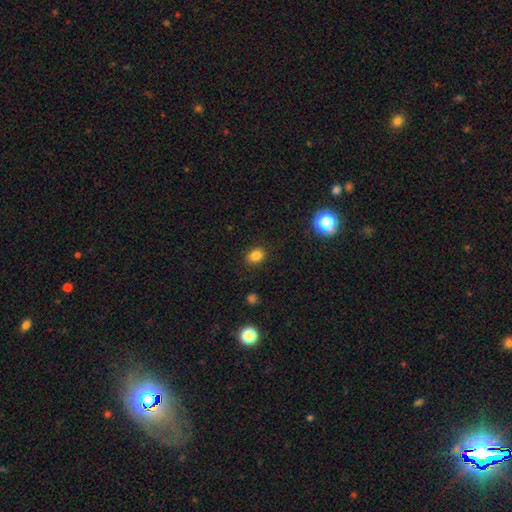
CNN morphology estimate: Smooth or featured?
  - smooth: 83% *
  - star or artifact: 13%
  - featured or disk: 5%
How rounded?
  - round: 54% *
  - in between: 45%
  - cigar-shaped: 1%
Merging?
  - none: 88% *
  - minor disturbance: 8%
  - major disturbance: 2%
  - merger: 1%